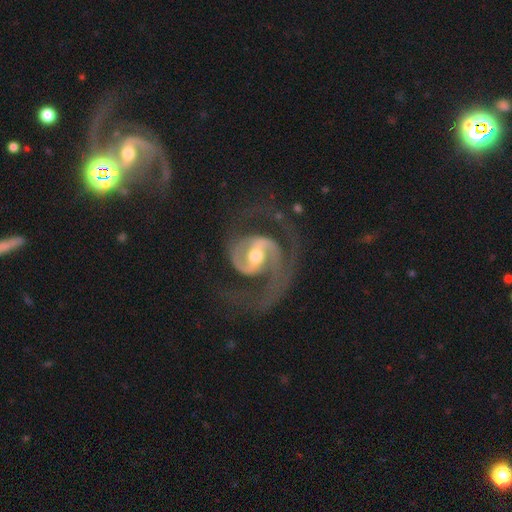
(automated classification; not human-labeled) The model was most divided on "bar": weak: 45%, strong: 35%, no: 20%. More confident: edge-on disk — no (98%); spiral arms — yes (98%); smooth or featured — featured or disk (92%); spiral arm count — 2 (85%); bulge size — moderate (67%); merging — none (64%); spiral winding — medium (57%).